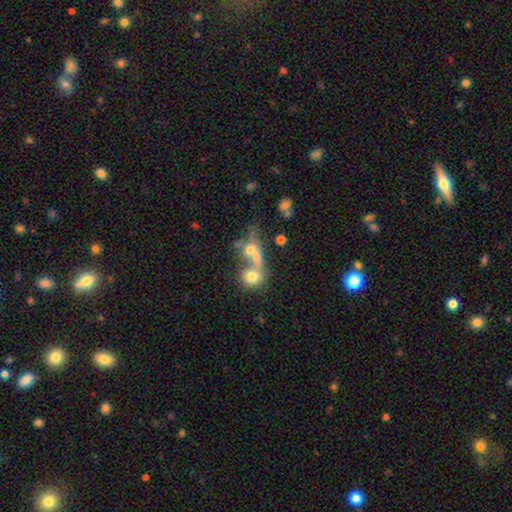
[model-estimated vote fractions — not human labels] Smooth or featured? smooth (57%)
How rounded? round (46%)
Merging? merger (61%)